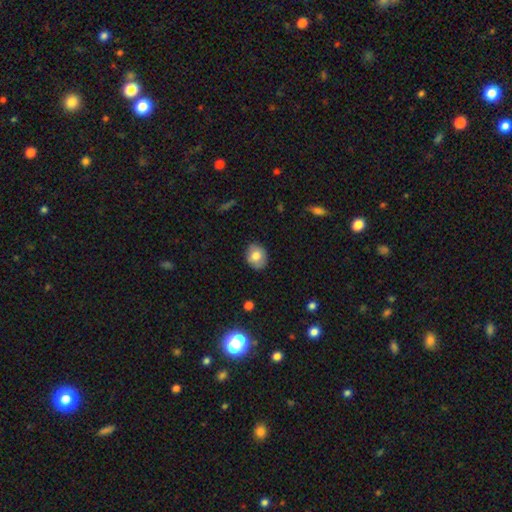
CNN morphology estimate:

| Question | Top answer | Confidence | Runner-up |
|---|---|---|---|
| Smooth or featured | smooth | 77% | featured or disk (14%) |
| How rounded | round | 52% | in between (47%) |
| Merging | none | 85% | minor disturbance (12%) |